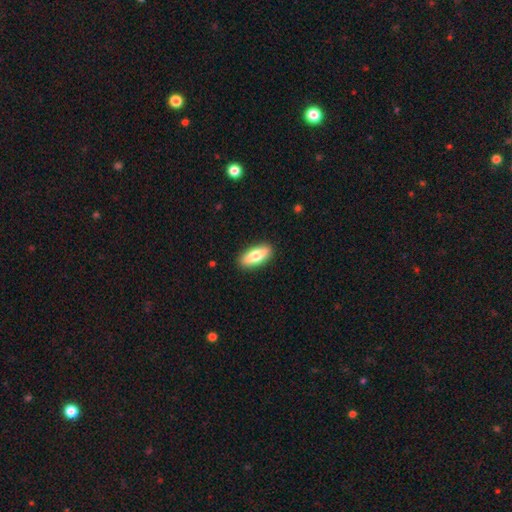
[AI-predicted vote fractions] Smooth or featured? Predicted: smooth (p=0.69). How rounded? Predicted: in between (p=0.71). Merging? Predicted: none (p=0.90).